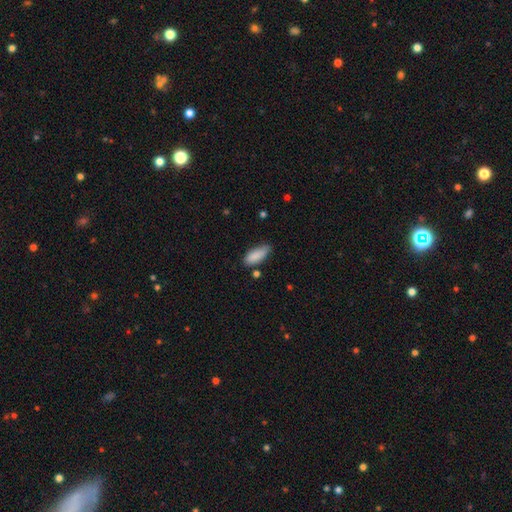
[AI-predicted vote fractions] smooth-or-featured: smooth: 88% | star or artifact: 6% | featured or disk: 6%
  how-rounded: in between: 73% | cigar-shaped: 25% | round: 2%
  merging: none: 67% | minor disturbance: 25% | major disturbance: 4% | merger: 4%